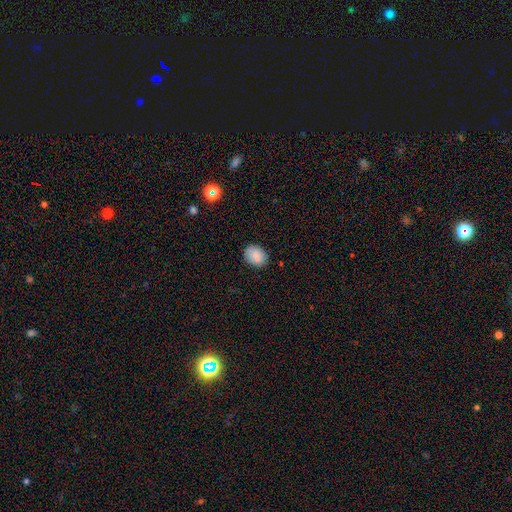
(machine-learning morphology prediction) A smooth galaxy with no disk features (85%) that is in between round and cigar-shaped (58%). Merging: none (83%).